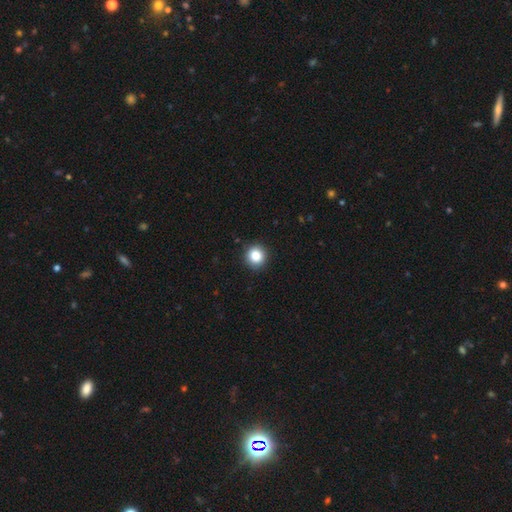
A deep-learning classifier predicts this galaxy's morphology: This is clearly a smooth galaxy (85%). How rounded: clearly round (93%). Merging: clearly none (91%).